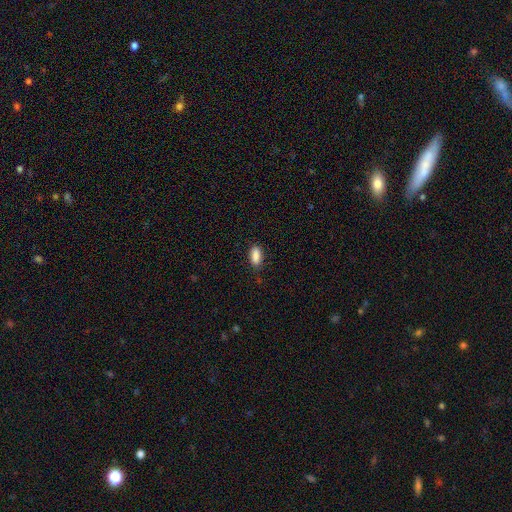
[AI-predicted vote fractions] Smooth or featured? smooth (89%)
How rounded? in between (86%)
Merging? none (82%)